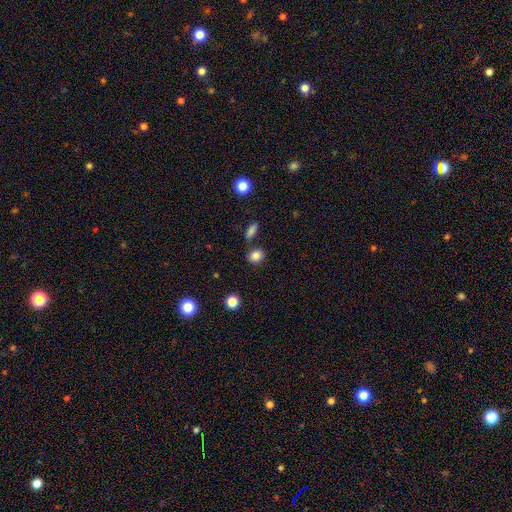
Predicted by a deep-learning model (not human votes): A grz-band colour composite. It shows a smooth galaxy with no disk features (85%) that is round (62%). Merging: none (80%).